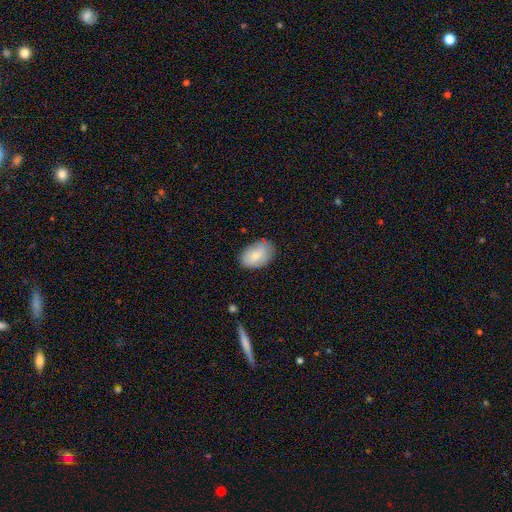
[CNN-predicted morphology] Smooth or featured? Predicted: smooth (p=0.82). How rounded? Predicted: in between (p=0.90). Merging? Predicted: none (p=0.79).